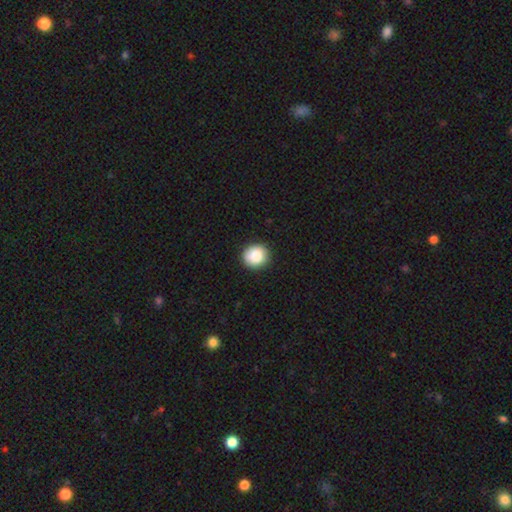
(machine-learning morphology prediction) type=smooth (87%); roundness=round (88%); merging=none (89%).